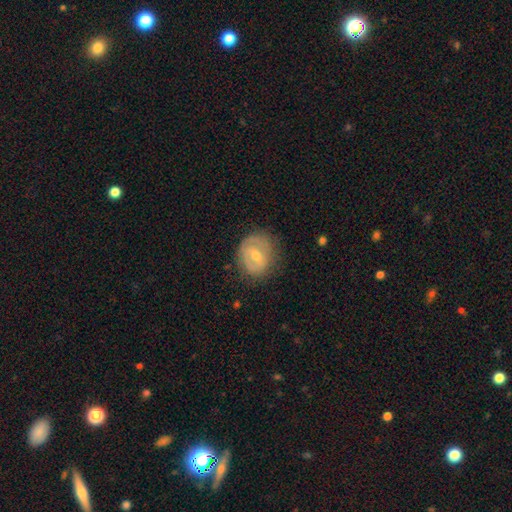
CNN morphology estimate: This appears to be a featured or disk galaxy (56%) with a weak bar (45%), no spiral arms (57%) and a moderate central bulge (55%). Merging: none (70%).